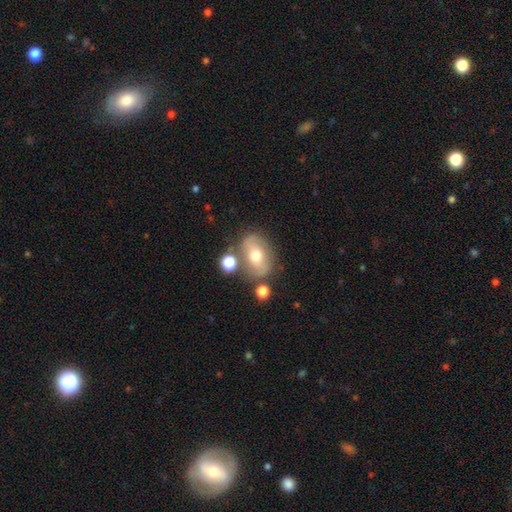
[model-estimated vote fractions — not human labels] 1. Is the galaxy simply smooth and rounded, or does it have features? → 48% smooth, 41% featured or disk, 11% star or artifact.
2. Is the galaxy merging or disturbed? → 64% none, 18% minor disturbance, 11% merger, 7% major disturbance.